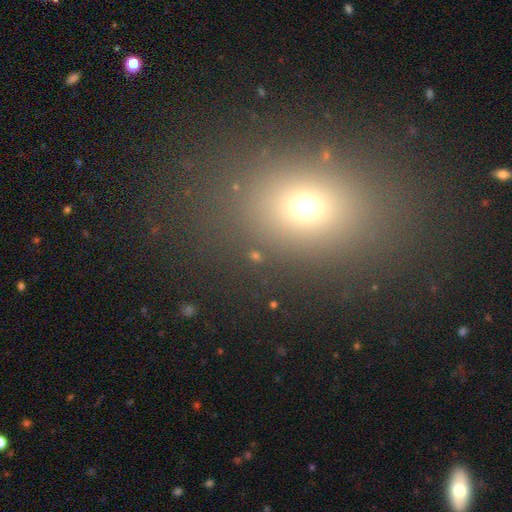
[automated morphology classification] type=smooth (63%); roundness=in between (51%); merging=none (84%).